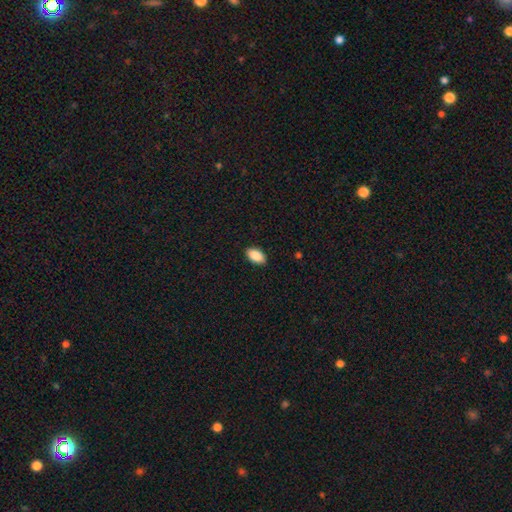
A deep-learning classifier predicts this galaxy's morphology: smooth-or-featured: smooth: 89% | star or artifact: 7% | featured or disk: 4%
  how-rounded: in between: 94% | round: 3% | cigar-shaped: 3%
  merging: none: 90% | minor disturbance: 8% | major disturbance: 2% | merger: 1%